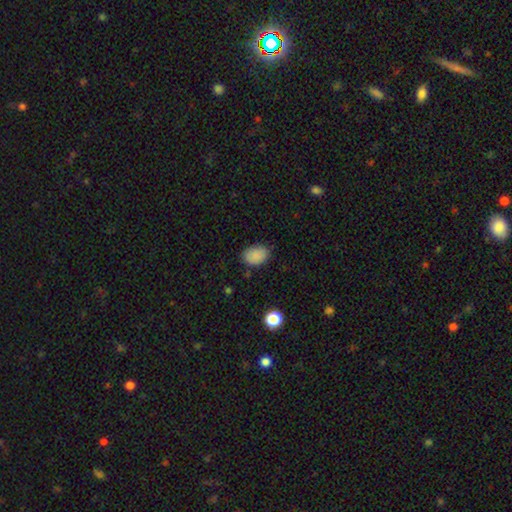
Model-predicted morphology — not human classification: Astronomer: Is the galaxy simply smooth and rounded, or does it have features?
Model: smooth — 87%.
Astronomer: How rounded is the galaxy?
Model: in between — 76%.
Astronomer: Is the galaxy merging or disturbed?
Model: none — 80%.